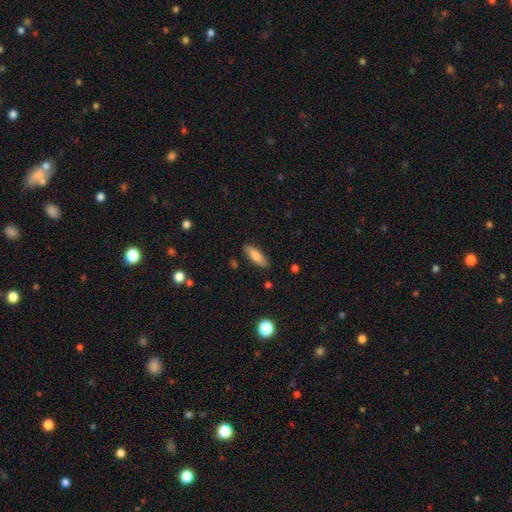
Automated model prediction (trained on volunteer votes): The model was most divided on "how rounded": in between: 54%, cigar-shaped: 44%, round: 2%. More confident: merging — none (86%); smooth or featured — smooth (79%).